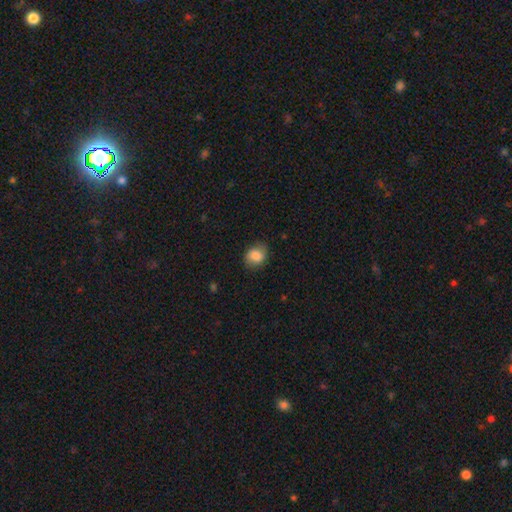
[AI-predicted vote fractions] This appears to be a smooth galaxy with no disk features (84%) that is round (50%). Merging: none (77%).